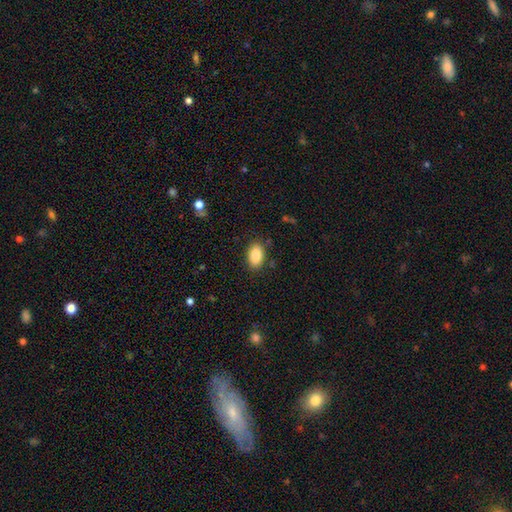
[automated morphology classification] This appears to be a smooth galaxy with no disk features (86%) that is in between round and cigar-shaped (90%). Merging: none (85%).